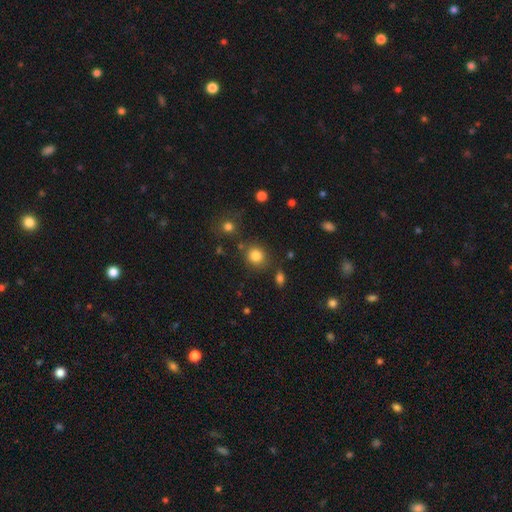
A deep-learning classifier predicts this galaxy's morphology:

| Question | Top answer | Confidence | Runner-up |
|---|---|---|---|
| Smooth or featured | smooth | 83% | star or artifact (12%) |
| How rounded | round | 84% | in between (15%) |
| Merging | none | 79% | minor disturbance (11%) |